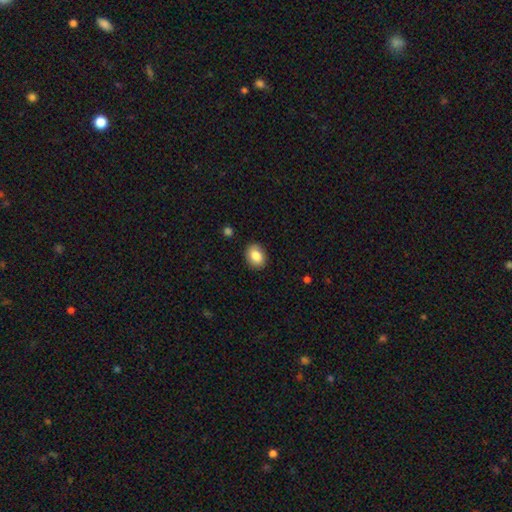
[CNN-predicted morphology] Smooth or featured?
  - smooth: 86% *
  - star or artifact: 8%
  - featured or disk: 7%
How rounded?
  - in between: 71% *
  - round: 28%
  - cigar-shaped: 1%
Merging?
  - none: 89% *
  - minor disturbance: 8%
  - major disturbance: 2%
  - merger: 1%